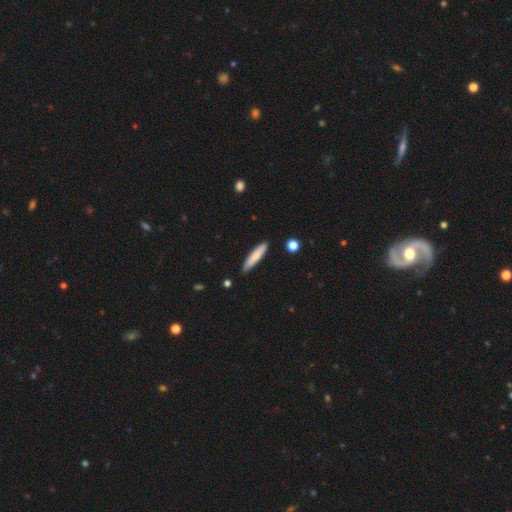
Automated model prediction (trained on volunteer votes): A smooth galaxy with no disk features (79%) that is cigar-shaped (86%). Merging: none (89%).